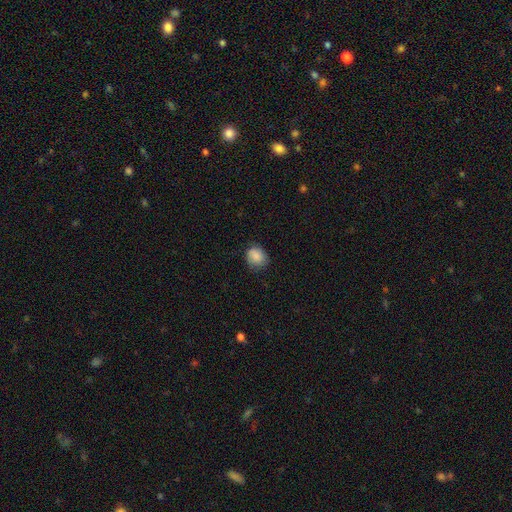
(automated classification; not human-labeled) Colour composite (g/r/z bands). It shows a smooth galaxy with no disk features (85%) that is round (65%). Merging: none (72%).